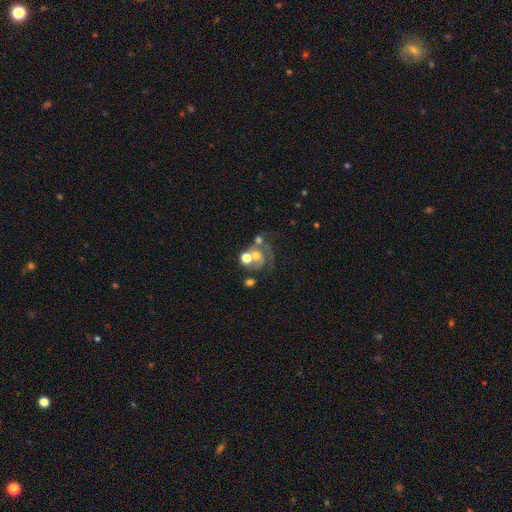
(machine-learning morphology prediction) smooth_or_featured: featured or disk (p=0.53) [alt: smooth p=0.33]
disk_edge_on: no (p=0.97) [alt: yes p=0.03]
bar: no (p=0.78) [alt: weak p=0.17]
has_spiral_arms: yes (p=0.61) [alt: no p=0.39]
bulge_size: moderate (p=0.49) [alt: small p=0.22]
merging: merger (p=0.34) [alt: none p=0.32]